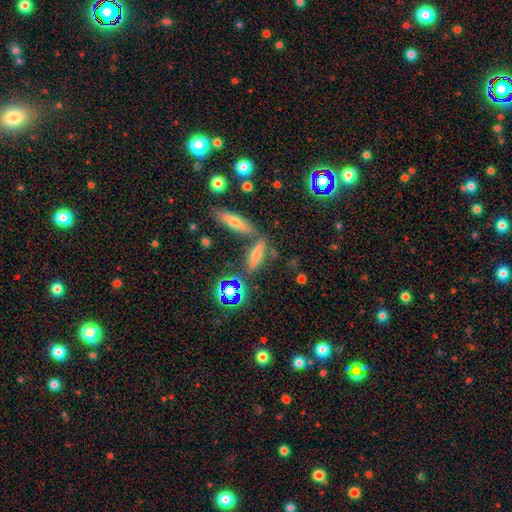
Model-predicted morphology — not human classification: Overall: smooth (58%; featured or disk 22%). How rounded: cigar-shaped (66%; in between 29%). Merging: none (66%).